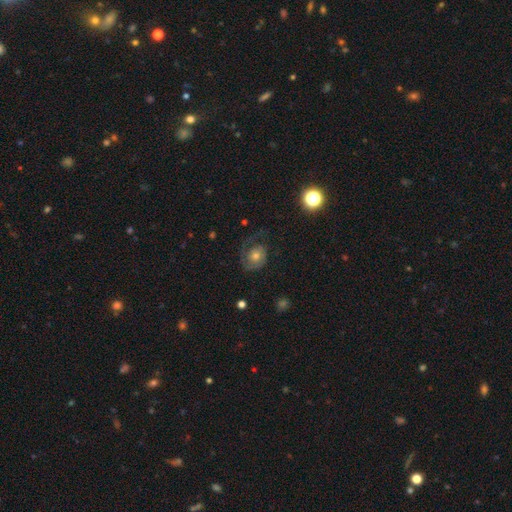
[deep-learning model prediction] Q: Smooth or featured?
A: featured or disk (66%); runner-up: smooth (25%)
Q: Edge-on disk?
A: no (97%); runner-up: yes (3%)
Q: Bar?
A: no (80%); runner-up: weak (17%)
Q: Spiral arms?
A: yes (88%); runner-up: no (12%)
Q: Spiral winding?
A: tight (46%); runner-up: medium (36%)
Q: Spiral arm count?
A: 1 (53%); runner-up: 2 (28%)
Q: Bulge size?
A: moderate (60%); runner-up: small (24%)
Q: Merging?
A: none (55%); runner-up: major disturbance (24%)